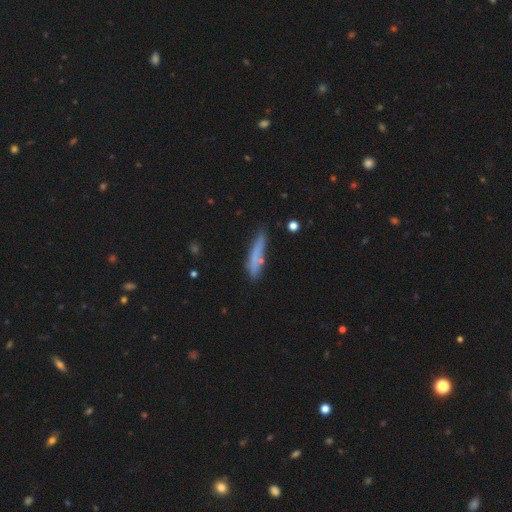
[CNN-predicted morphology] Overall: smooth (68%). How rounded: cigar-shaped (88%). Merging: none (69%).